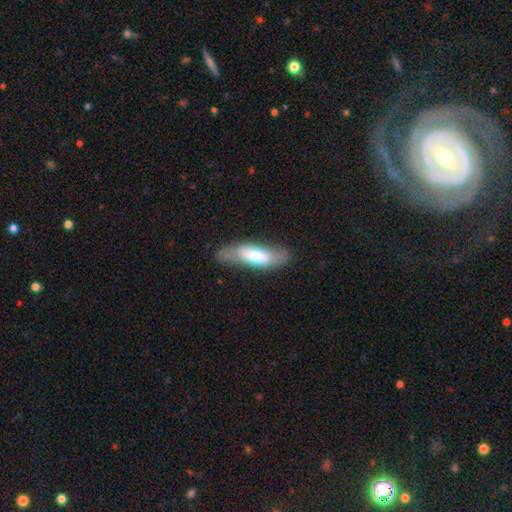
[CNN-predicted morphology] This is possibly a smooth galaxy (57%). How rounded: possibly in between (56%). Merging: likely none (71%).